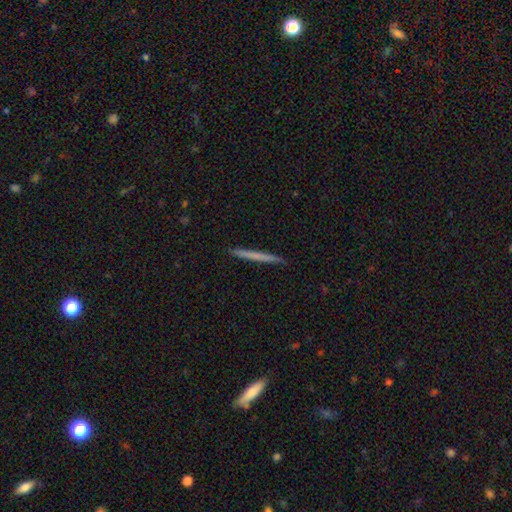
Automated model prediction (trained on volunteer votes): A smooth galaxy with no disk features (60%) that is cigar-shaped (97%).

Vote fractions:
- Smooth or featured? smooth: 60% / featured or disk: 35% / star or artifact: 5%
- How rounded? cigar-shaped: 97% / in between: 2% / round: 1%
- Merging? none: 92% / minor disturbance: 5% / major disturbance: 1% / merger: 1%